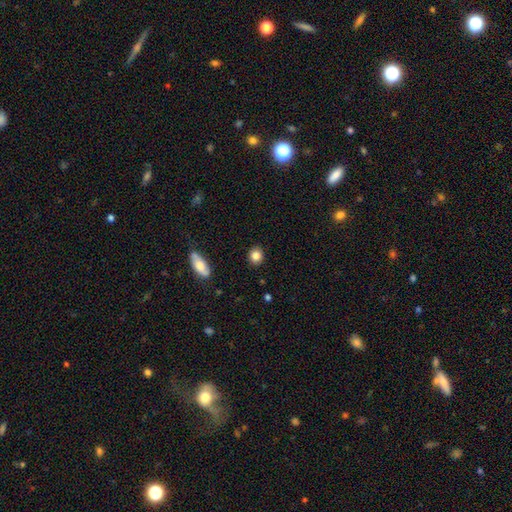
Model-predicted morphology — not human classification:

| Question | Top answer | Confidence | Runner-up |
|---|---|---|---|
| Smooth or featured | smooth | 85% | star or artifact (9%) |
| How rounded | round | 78% | in between (21%) |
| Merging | none | 90% | minor disturbance (7%) |